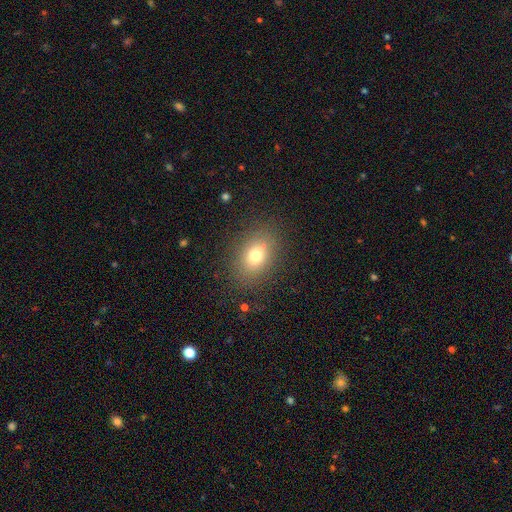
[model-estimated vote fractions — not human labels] Smooth or featured? Predicted: smooth (p=0.74). How rounded? Predicted: in between (p=0.74). Merging? Predicted: none (p=0.83).